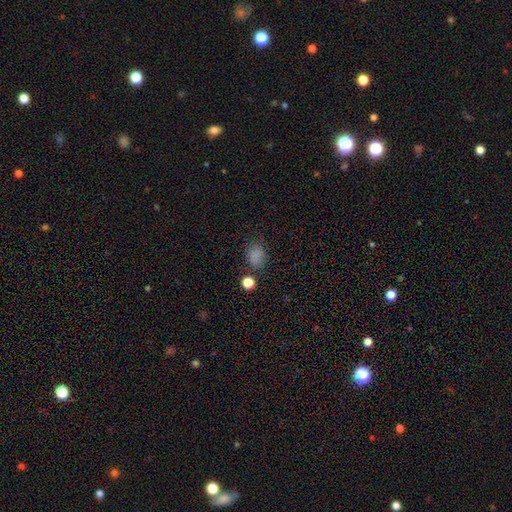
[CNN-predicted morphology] A smooth galaxy with no disk features (78%) that is in between round and cigar-shaped (50%). Merging: none (72%).